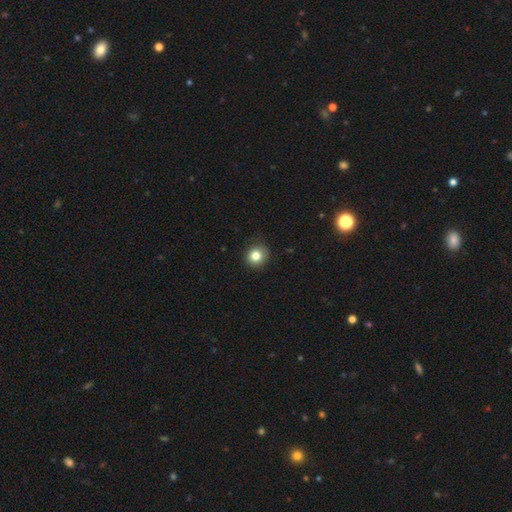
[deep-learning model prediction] Q: Smooth or featured?
A: smooth (81%); runner-up: star or artifact (11%)
Q: How rounded?
A: round (91%); runner-up: in between (8%)
Q: Merging?
A: none (88%); runner-up: minor disturbance (9%)